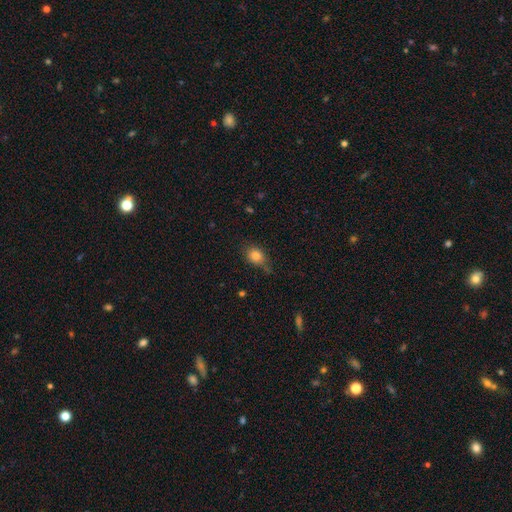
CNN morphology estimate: Smooth or featured? Predicted: smooth (p=0.80). How rounded? Predicted: round (p=0.51). Merging? Predicted: none (p=0.59).